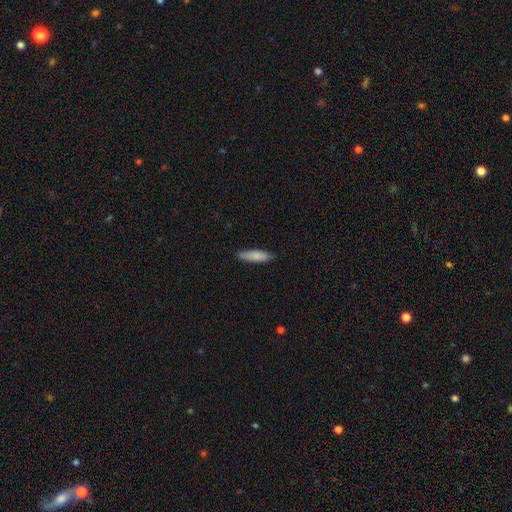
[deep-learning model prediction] A smooth galaxy with no disk features (82%) that is cigar-shaped (68%). Merging: none (84%).